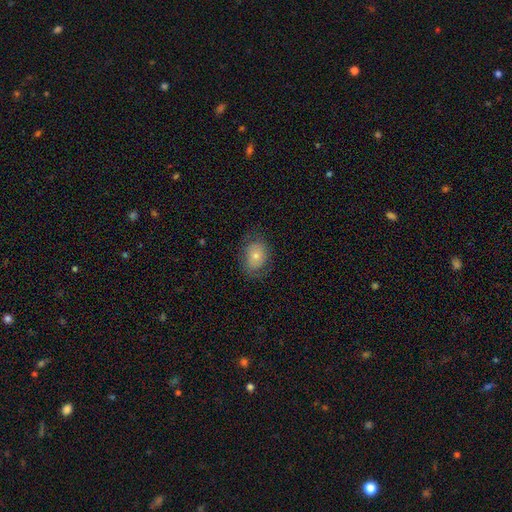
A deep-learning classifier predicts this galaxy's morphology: Overall: smooth (58%; featured or disk 31%). How rounded: in between (60%; round 39%). Merging: none (72%).